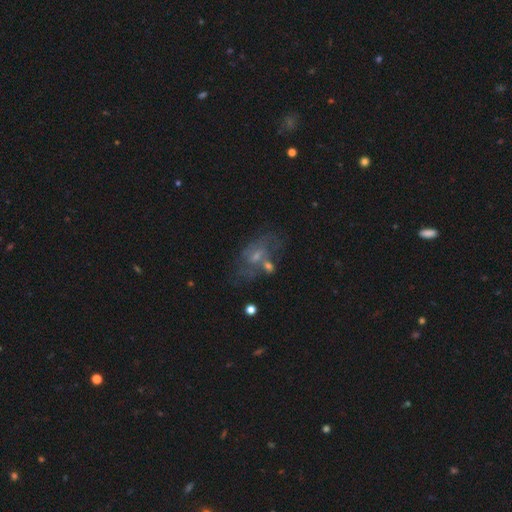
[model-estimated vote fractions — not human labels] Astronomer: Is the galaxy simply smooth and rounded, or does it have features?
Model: featured or disk — 57%.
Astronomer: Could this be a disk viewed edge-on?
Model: no — 95%.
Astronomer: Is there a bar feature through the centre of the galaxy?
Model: no — 61%.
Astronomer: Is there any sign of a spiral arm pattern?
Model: yes — 58% (runner-up: no, 42%).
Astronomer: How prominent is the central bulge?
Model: small — 56%.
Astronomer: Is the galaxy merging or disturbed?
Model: none — 46%.